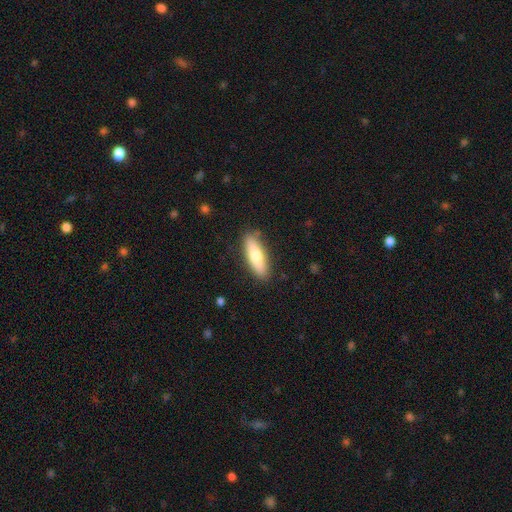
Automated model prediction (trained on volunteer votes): Overall: smooth (71%). How rounded: cigar-shaped (51%; in between 47%). Merging: none (86%).